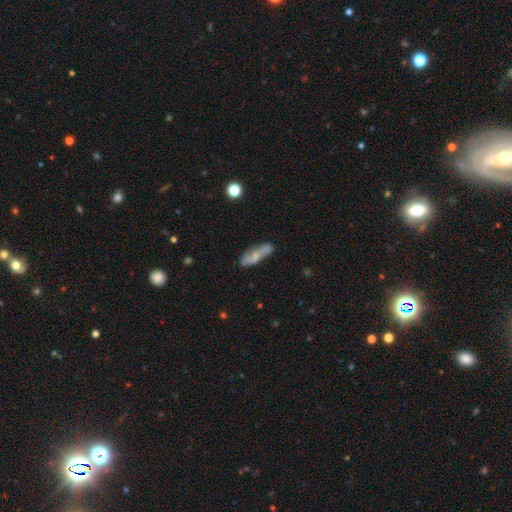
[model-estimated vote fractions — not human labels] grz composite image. It shows a smooth galaxy with no disk features (49%). Merging: none (69%).